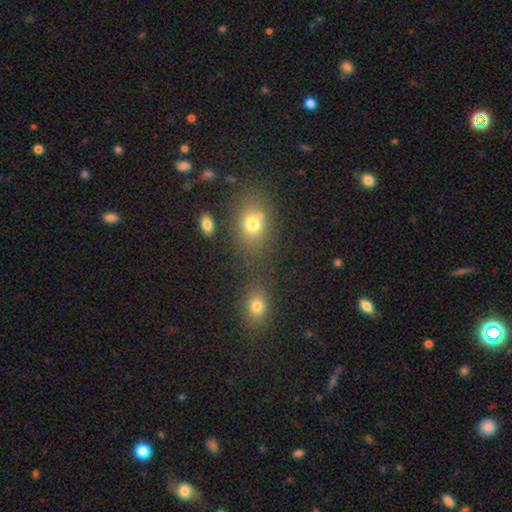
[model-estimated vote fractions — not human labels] Overall: smooth (60%; star or artifact 29%). How rounded: in between (51%; round 47%). Merging: none (59%; merger 28%).